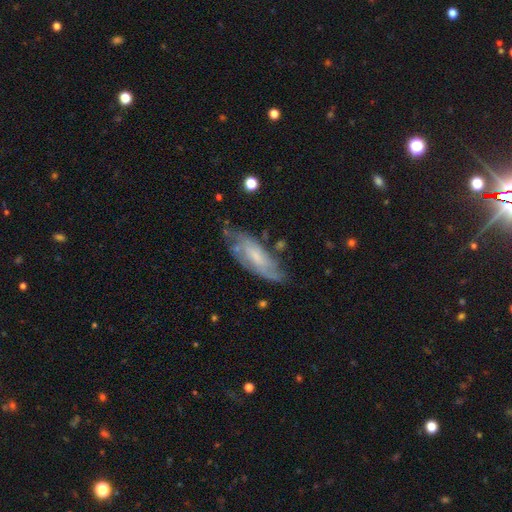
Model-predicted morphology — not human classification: Smooth or featured? Predicted: featured or disk (p=0.65). Edge-on disk? Predicted: no (p=0.81). Bar? Predicted: no (p=0.59). Spiral arms? Predicted: yes (p=0.82). Bulge size? Predicted: small (p=0.53). Merging? Predicted: none (p=0.64).